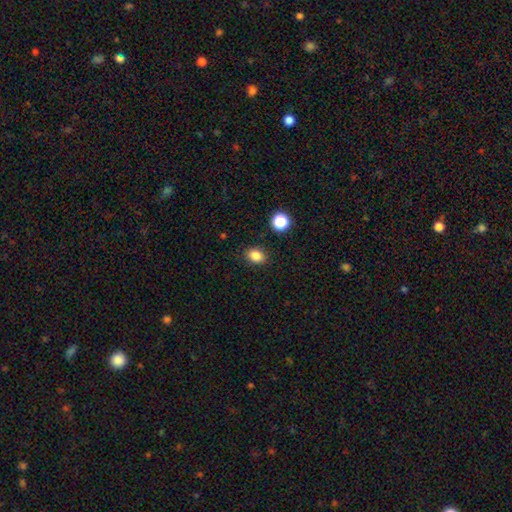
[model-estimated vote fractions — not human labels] Smooth or featured? Predicted: smooth (p=0.85). How rounded? Predicted: in between (p=0.64). Merging? Predicted: none (p=0.87).